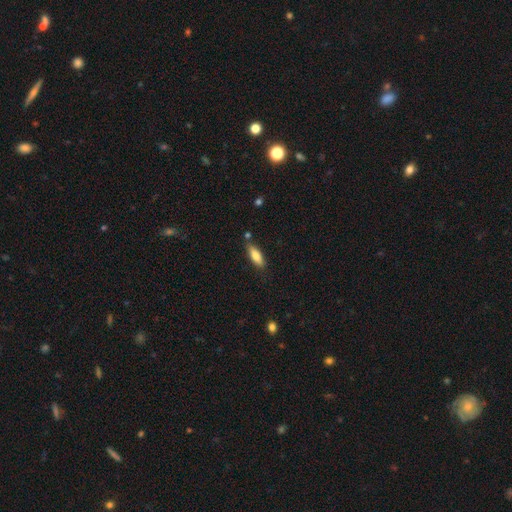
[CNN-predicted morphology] A smooth galaxy with no disk features (78%) that is in between round and cigar-shaped (58%). Merging: none (80%).